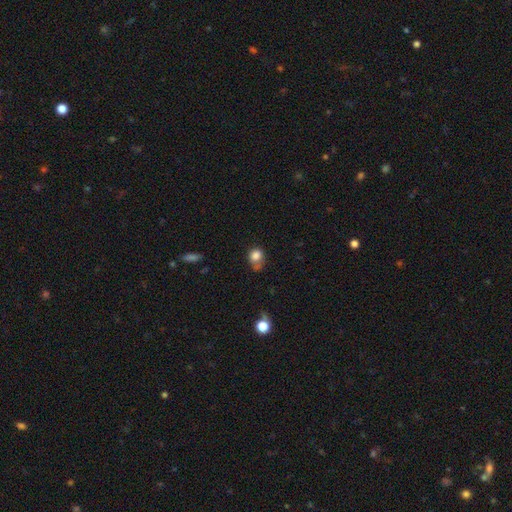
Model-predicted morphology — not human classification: Overall: smooth (81%). How rounded: round (65%; in between 34%). Merging: none (45%; minor disturbance 30%).